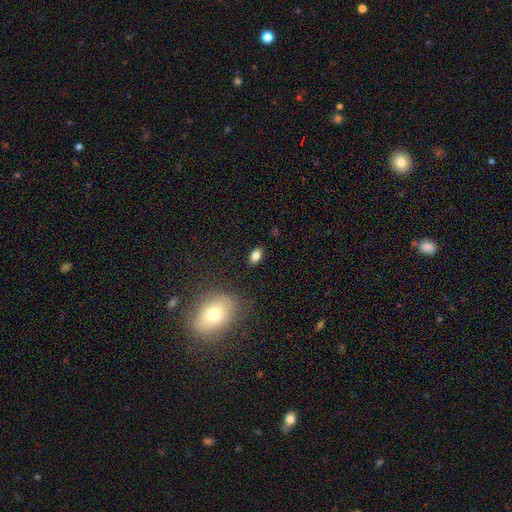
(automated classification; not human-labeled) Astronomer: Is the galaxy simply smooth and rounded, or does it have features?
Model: smooth — 82%.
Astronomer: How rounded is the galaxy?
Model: in between — 88%.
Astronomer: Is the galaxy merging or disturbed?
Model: none — 86%.